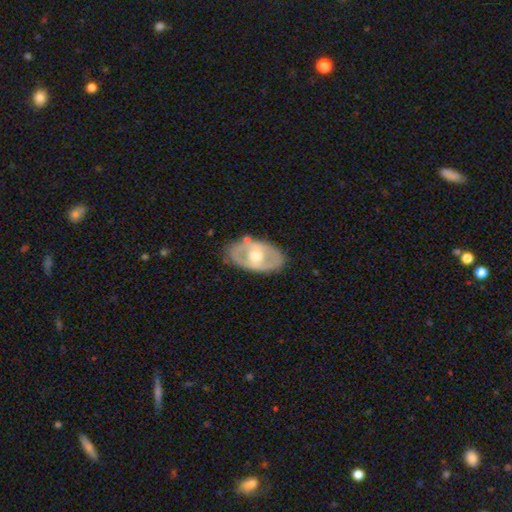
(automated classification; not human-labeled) A featured or disk galaxy (61%) with no bar (69%), no spiral arms (76%) and a moderate central bulge (71%). Merging: none (77%).